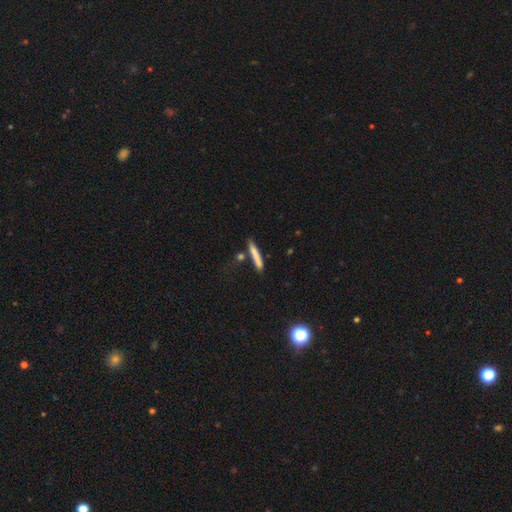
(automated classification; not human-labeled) Smooth or featured? Predicted: smooth (p=0.73). How rounded? Predicted: cigar-shaped (p=0.93). Merging? Predicted: none (p=0.74).